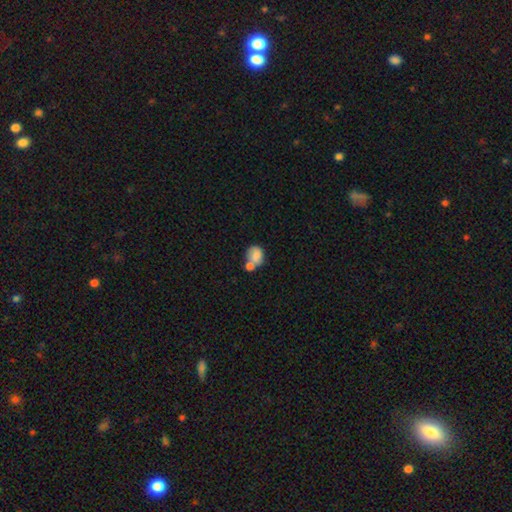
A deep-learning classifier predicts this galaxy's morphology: A smooth galaxy with no disk features (78%) that is in between round and cigar-shaped (52%). Merging: merger (49%).